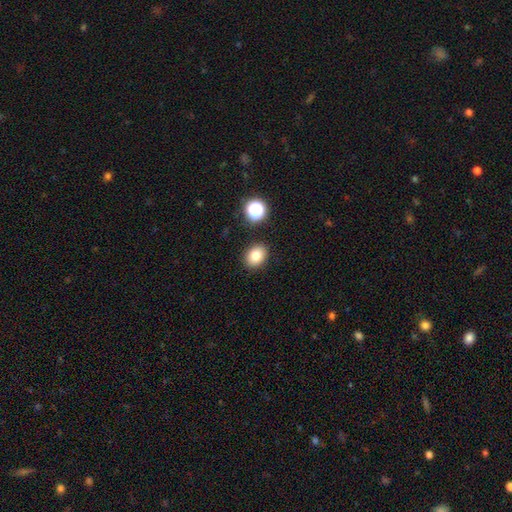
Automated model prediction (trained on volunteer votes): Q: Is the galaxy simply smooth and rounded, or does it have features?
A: smooth — 81%.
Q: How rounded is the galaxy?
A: round — 55%.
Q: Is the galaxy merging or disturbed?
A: none — 88%.